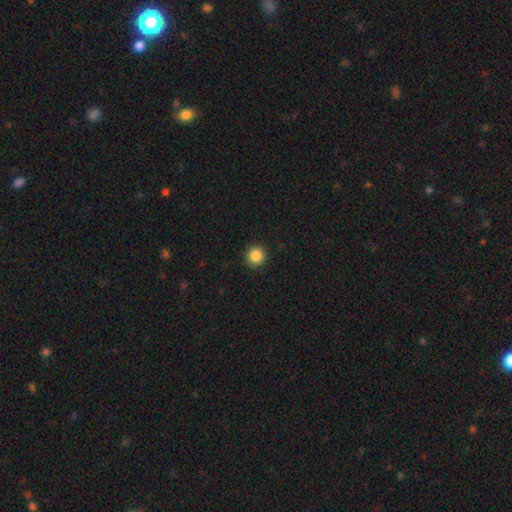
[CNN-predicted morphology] The model was most divided on "smooth or featured": smooth: 86%, star or artifact: 10%, featured or disk: 4%. More confident: how rounded — round (94%); merging — none (92%).